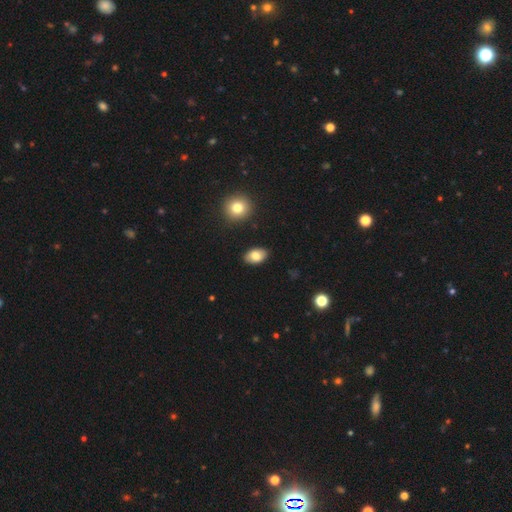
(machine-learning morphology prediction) A smooth galaxy with no disk features (81%) that is in between round and cigar-shaped (90%).

Vote fractions:
- Smooth or featured? smooth: 81% / featured or disk: 11% / star or artifact: 7%
- How rounded? in between: 90% / round: 8% / cigar-shaped: 1%
- Merging? none: 88% / minor disturbance: 8% / major disturbance: 2% / merger: 2%